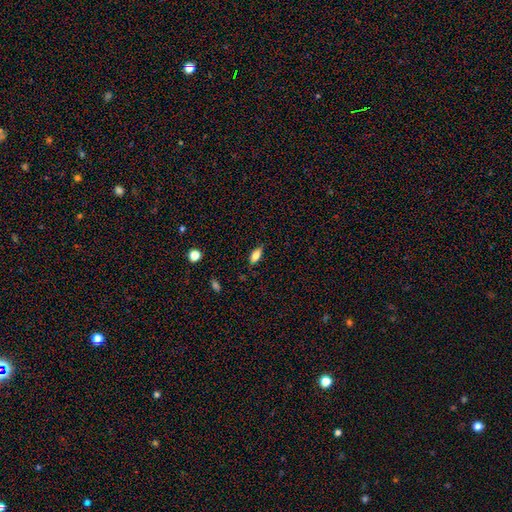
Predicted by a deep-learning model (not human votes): smooth-or-featured: smooth: 77% | featured or disk: 15% | star or artifact: 8%
  how-rounded: in between: 82% | cigar-shaped: 15% | round: 3%
  merging: none: 84% | minor disturbance: 12% | major disturbance: 3% | merger: 1%